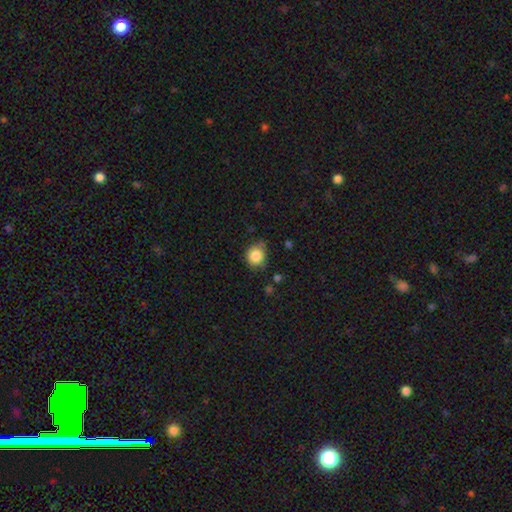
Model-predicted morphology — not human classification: A smooth galaxy with no disk features (85%) that is round (79%). Merging: none (68%).